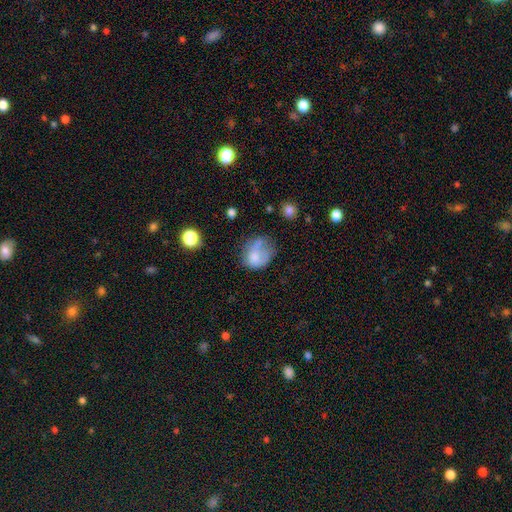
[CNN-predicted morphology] This appears to be a smooth galaxy with no disk features (66%) that is round (53%). Merging: major disturbance (35%).